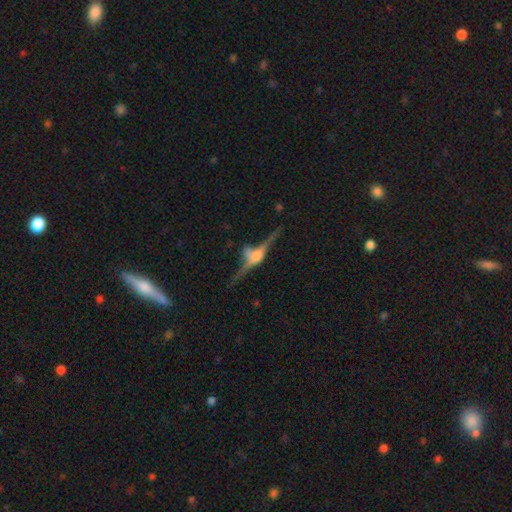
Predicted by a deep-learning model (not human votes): A featured or disk galaxy (81%) viewed edge-on (94%) with a rounded central bulge (86%).

Vote fractions:
- Smooth or featured? featured or disk: 81% / smooth: 11% / star or artifact: 8%
- Edge-on disk? yes: 94% / no: 6%
- Edge-on bulge? rounded: 86% / boxy: 10% / none: 4%
- Merging? none: 67% / minor disturbance: 16% / merger: 9% / major disturbance: 9%